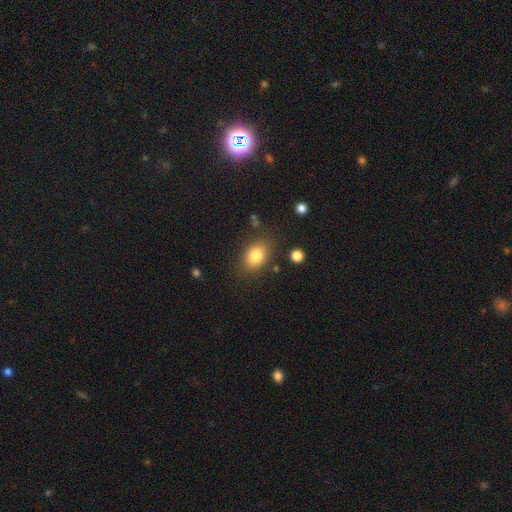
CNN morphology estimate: The model was most divided on "how rounded": in between: 76%, round: 22%, cigar-shaped: 1%. More confident: smooth or featured — smooth (81%); merging — none (80%).